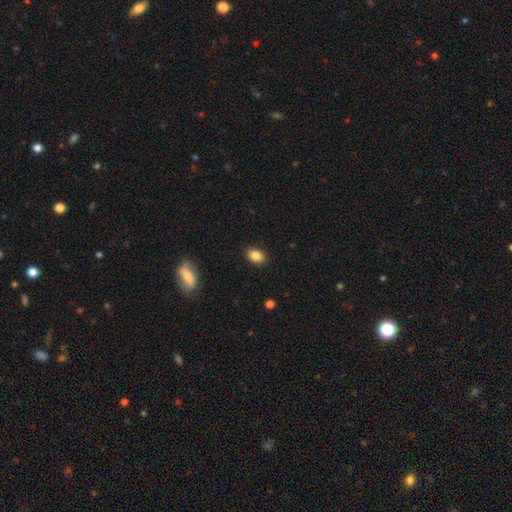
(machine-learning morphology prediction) This is clearly a smooth galaxy (85%). How rounded: clearly in between (82%). Merging: clearly none (88%).